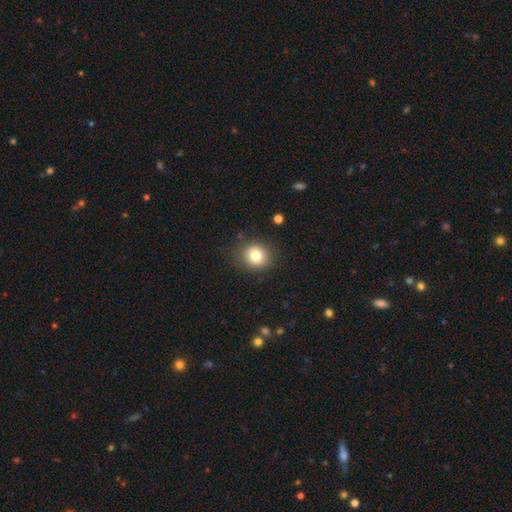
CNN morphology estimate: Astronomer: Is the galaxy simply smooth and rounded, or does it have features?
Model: smooth — 79%.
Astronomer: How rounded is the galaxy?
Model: round — 77%.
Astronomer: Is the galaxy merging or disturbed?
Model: none — 83%.